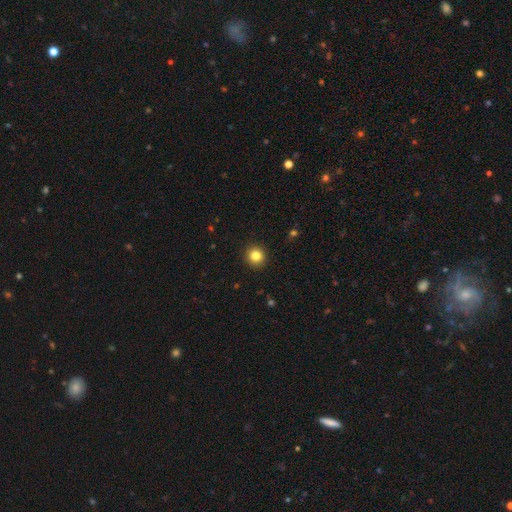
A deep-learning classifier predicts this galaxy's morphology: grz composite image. It shows a smooth galaxy with no disk features (83%) that is round (93%). Merging: none (93%).